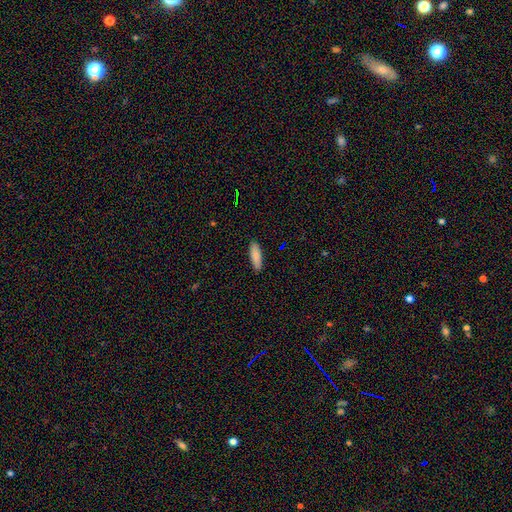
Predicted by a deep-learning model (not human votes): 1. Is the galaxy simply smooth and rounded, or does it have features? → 88% smooth, 6% featured or disk, 6% star or artifact.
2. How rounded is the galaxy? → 52% cigar-shaped, 47% in between, 2% round.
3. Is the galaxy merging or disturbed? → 90% none, 8% minor disturbance, 2% major disturbance, 1% merger.